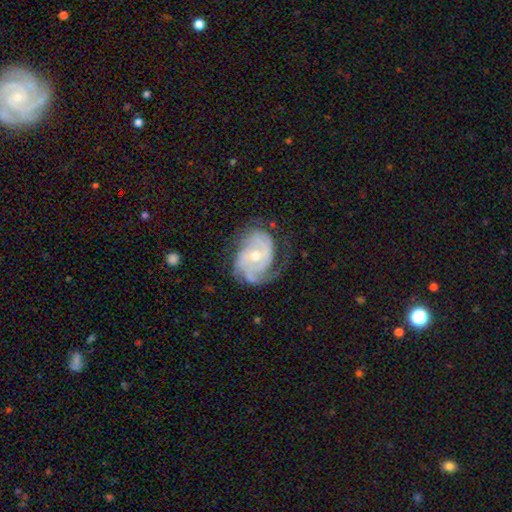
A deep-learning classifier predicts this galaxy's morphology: Smooth or featured?
  - featured or disk: 86% *
  - smooth: 9%
  - star or artifact: 5%
Edge-on disk?
  - no: 97% *
  - yes: 3%
Bar?
  - no: 74% *
  - weak: 22%
  - strong: 5%
Spiral arms?
  - yes: 95% *
  - no: 5%
Spiral winding?
  - tight: 59% *
  - medium: 31%
  - loose: 10%
Spiral arm count?
  - 3: 29% *
  - can't tell: 25%
  - 2: 25%
  - 4: 8%
  - 1: 6%
  - more than 4: 5%
Bulge size?
  - moderate: 62% *
  - small: 34%
  - large: 2%
  - none: 1%
  - dominant: 1%
Merging?
  - none: 61% *
  - minor disturbance: 24%
  - major disturbance: 14%
  - merger: 2%